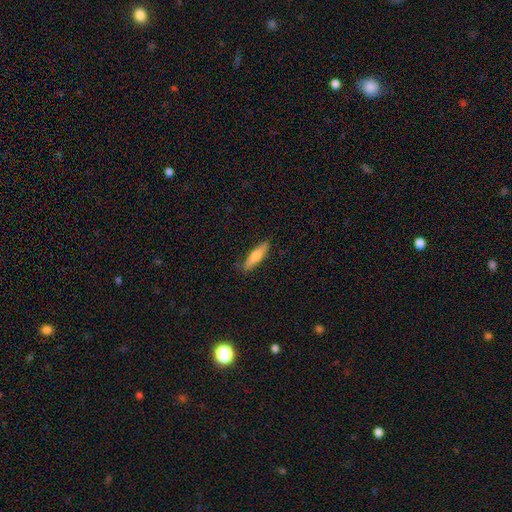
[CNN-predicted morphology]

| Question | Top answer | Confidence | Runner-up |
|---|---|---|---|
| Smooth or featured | smooth | 57% | featured or disk (37%) |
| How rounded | cigar-shaped | 75% | in between (23%) |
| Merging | none | 84% | minor disturbance (13%) |